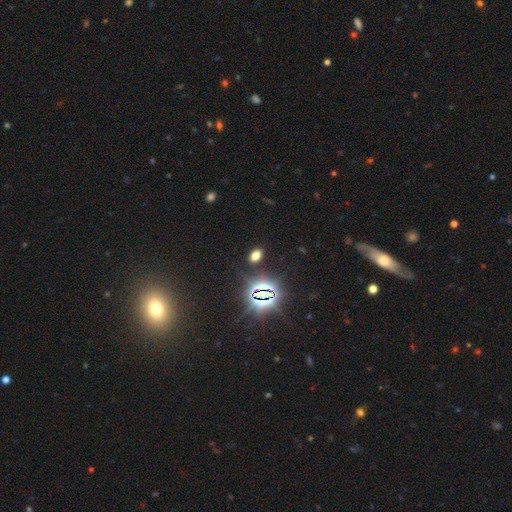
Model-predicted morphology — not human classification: Overall: smooth (57%; star or artifact 36%). How rounded: in between (86%). Merging: none (86%).